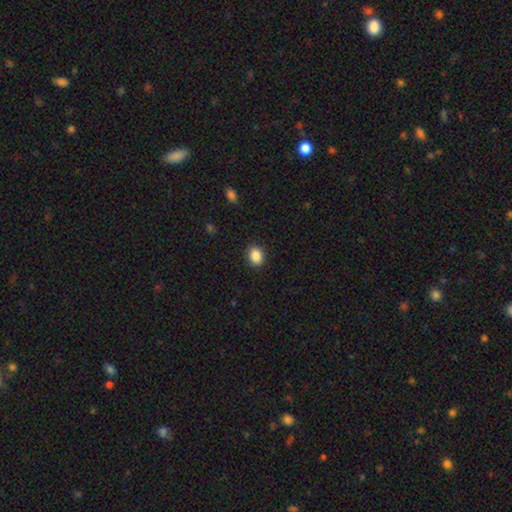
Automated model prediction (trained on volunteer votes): Smooth or featured: smooth — 88% (star or artifact — 9%)
How rounded: in between — 56% (round — 43%)
Merging: none — 90% (minor disturbance — 7%)